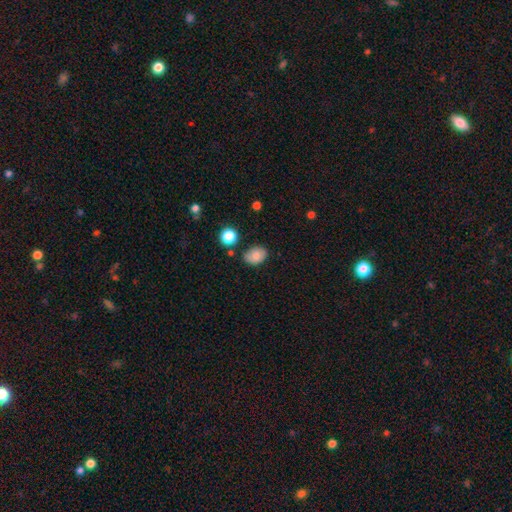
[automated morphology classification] Smooth or featured? Predicted: smooth (p=0.81). How rounded? Predicted: in between (p=0.73). Merging? Predicted: none (p=0.71).